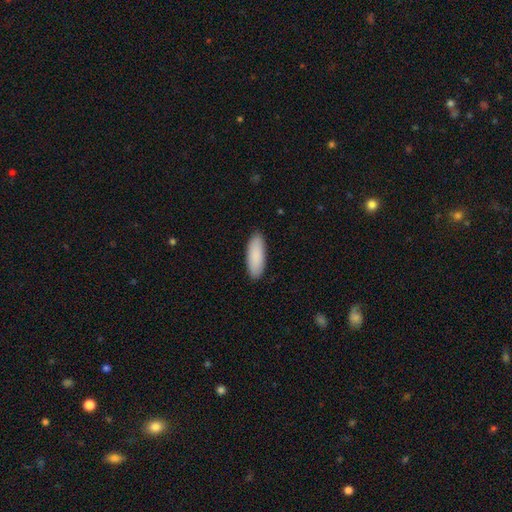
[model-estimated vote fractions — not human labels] smooth 90%, star or artifact 5%, featured or disk 5%. Down the decision tree: how rounded — in between (69%); merging — none (89%).